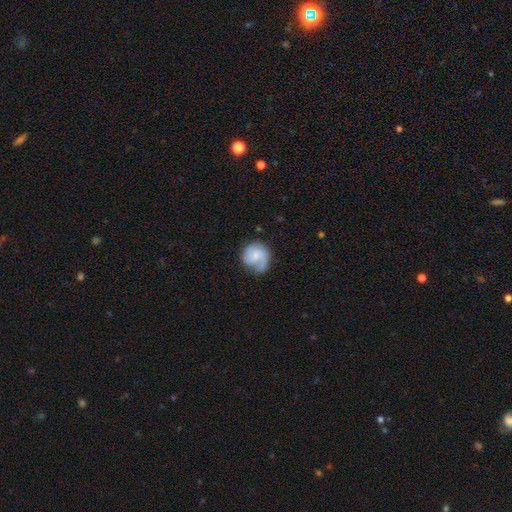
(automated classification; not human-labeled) Q: Smooth or featured?
A: featured or disk (59%); runner-up: smooth (35%)
Q: Edge-on disk?
A: no (98%); runner-up: yes (2%)
Q: Bar?
A: no (53%); runner-up: weak (40%)
Q: Spiral arms?
A: yes (91%); runner-up: no (9%)
Q: Spiral winding?
A: medium (43%); runner-up: tight (32%)
Q: Spiral arm count?
A: 2 (52%); runner-up: 1 (24%)
Q: Bulge size?
A: small (48%); runner-up: none (24%)
Q: Merging?
A: none (60%); runner-up: minor disturbance (25%)